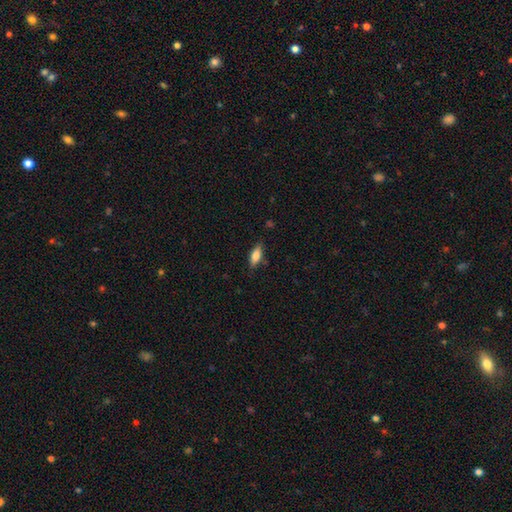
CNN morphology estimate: A smooth galaxy with no disk features (74%) that is in between round and cigar-shaped (74%).

Vote fractions:
- Smooth or featured? smooth: 74% / featured or disk: 19% / star or artifact: 7%
- How rounded? in between: 74% / cigar-shaped: 23% / round: 3%
- Merging? none: 82% / minor disturbance: 14% / major disturbance: 3% / merger: 1%